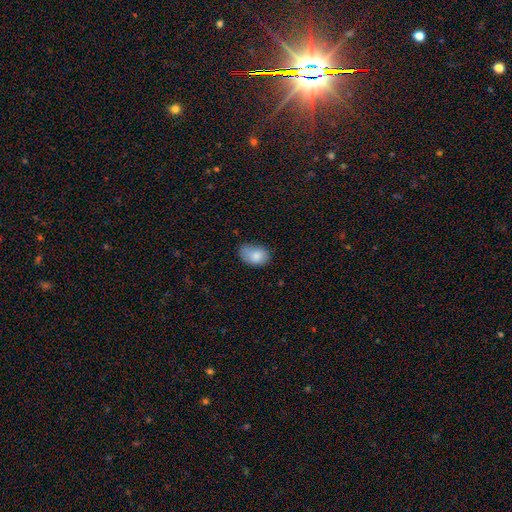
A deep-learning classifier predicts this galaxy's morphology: A smooth galaxy with no disk features (84%) that is in between round and cigar-shaped (87%). Merging: none (56%).